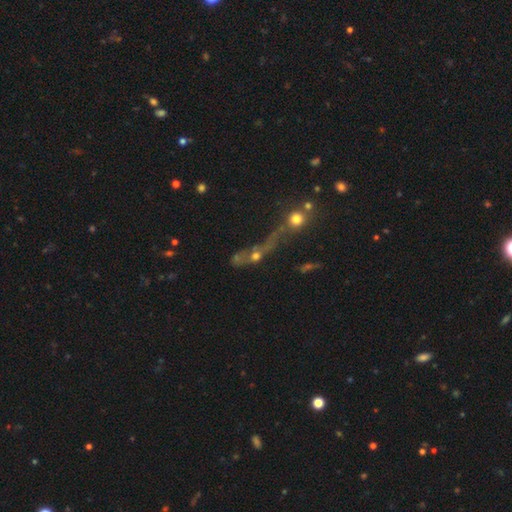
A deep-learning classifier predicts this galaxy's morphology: smooth-or-featured: smooth: 42% | featured or disk: 31% | star or artifact: 26%
  merging: merger: 46% | none: 23% | major disturbance: 22% | minor disturbance: 9%